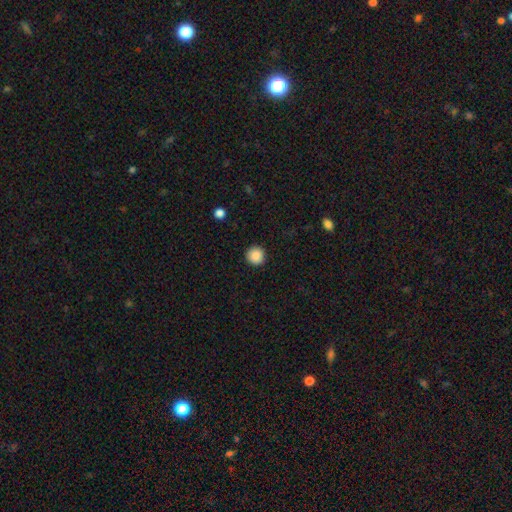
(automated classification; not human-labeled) This appears to be a smooth galaxy with no disk features (88%) that is round (95%). Merging: none (92%).